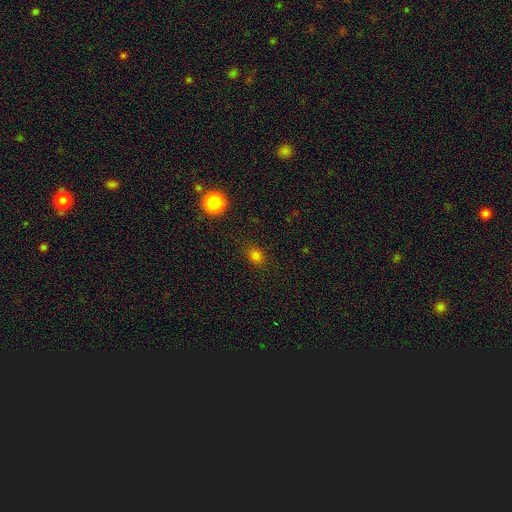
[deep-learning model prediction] Morphology: type=smooth (78%); roundness=round (57%); merging=none (83%).